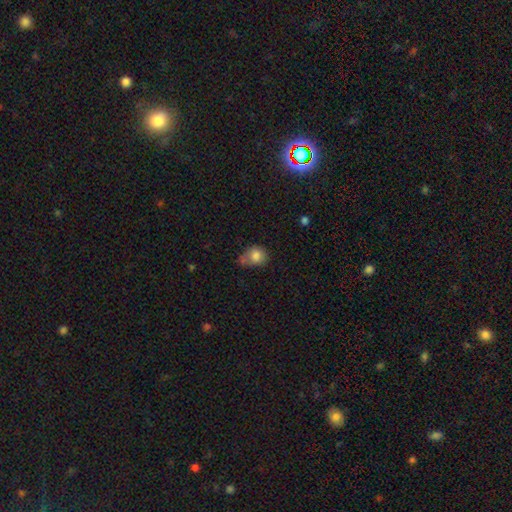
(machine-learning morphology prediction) smooth-or-featured: smooth: 81% | featured or disk: 10% | star or artifact: 9%
  how-rounded: round: 60% | in between: 39% | cigar-shaped: 1%
  merging: none: 37% | minor disturbance: 32% | merger: 17% | major disturbance: 13%